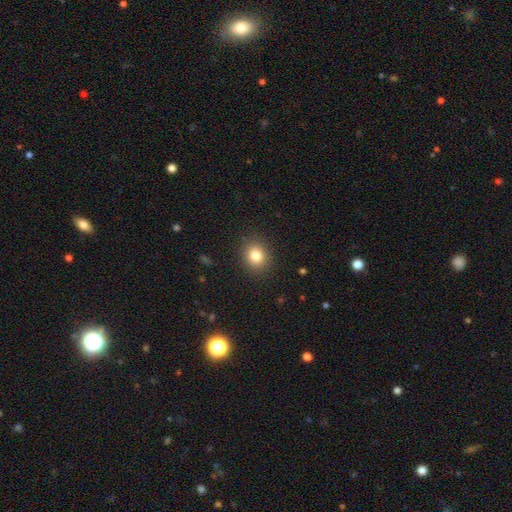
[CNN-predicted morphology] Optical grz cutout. It shows a smooth galaxy with no disk features (82%) that is round (73%). Merging: none (89%).